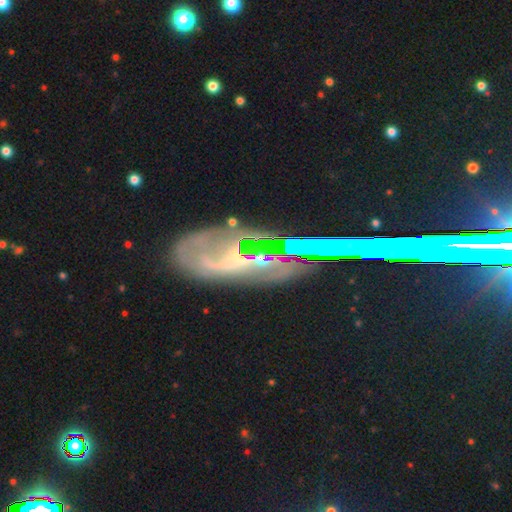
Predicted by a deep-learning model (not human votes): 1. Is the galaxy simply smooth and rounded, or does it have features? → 68% featured or disk, 19% star or artifact, 13% smooth.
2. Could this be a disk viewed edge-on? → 86% no, 14% yes.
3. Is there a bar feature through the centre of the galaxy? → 47% no, 34% weak, 20% strong.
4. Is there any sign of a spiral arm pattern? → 83% yes, 17% no.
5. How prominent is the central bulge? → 51% small, 28% moderate, 16% none, 4% large, 2% dominant.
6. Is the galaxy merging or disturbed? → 56% none, 19% minor disturbance, 19% major disturbance, 5% merger.